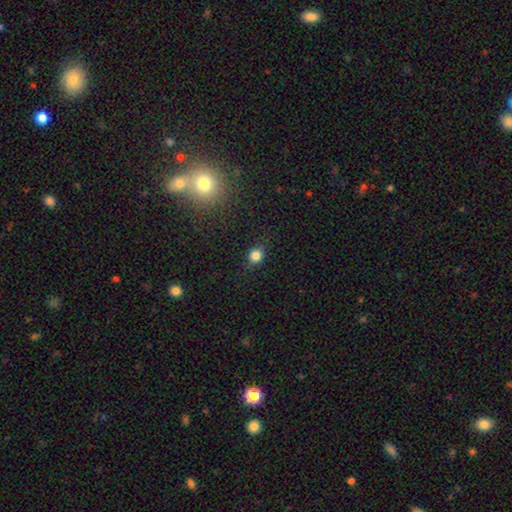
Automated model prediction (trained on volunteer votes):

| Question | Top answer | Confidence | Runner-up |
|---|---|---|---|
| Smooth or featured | smooth | 82% | star or artifact (13%) |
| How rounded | round | 73% | in between (26%) |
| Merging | none | 85% | minor disturbance (11%) |